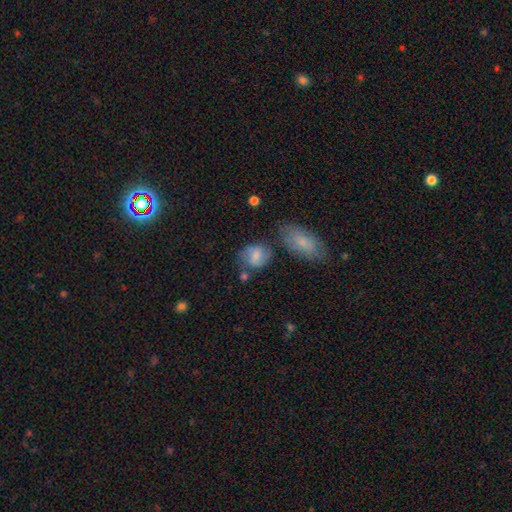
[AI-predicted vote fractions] smooth_or_featured: smooth (p=0.68) [alt: featured or disk p=0.23]
how_rounded: in between (p=0.54) [alt: round p=0.44]
merging: none (p=0.59) [alt: minor disturbance p=0.22]